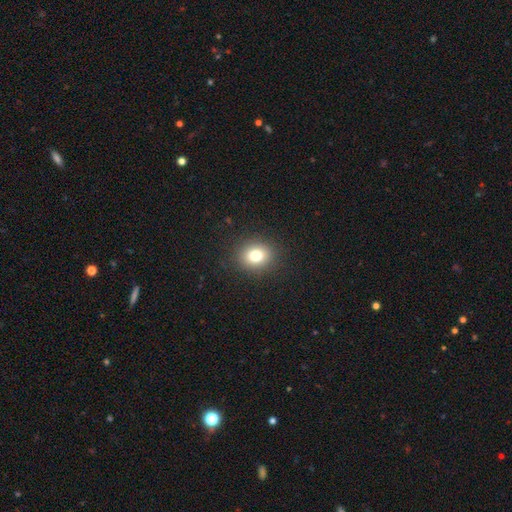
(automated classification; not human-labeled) smooth_or_featured: smooth (p=0.79) [alt: star or artifact p=0.13]
how_rounded: round (p=0.67) [alt: in between p=0.32]
merging: none (p=0.90) [alt: minor disturbance p=0.07]